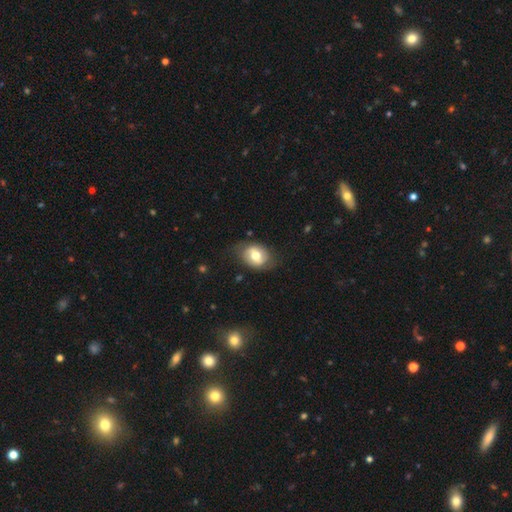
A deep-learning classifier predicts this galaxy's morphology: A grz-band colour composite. It shows a smooth galaxy with no disk features (58%) that is in between round and cigar-shaped (63%). Merging: none (71%).